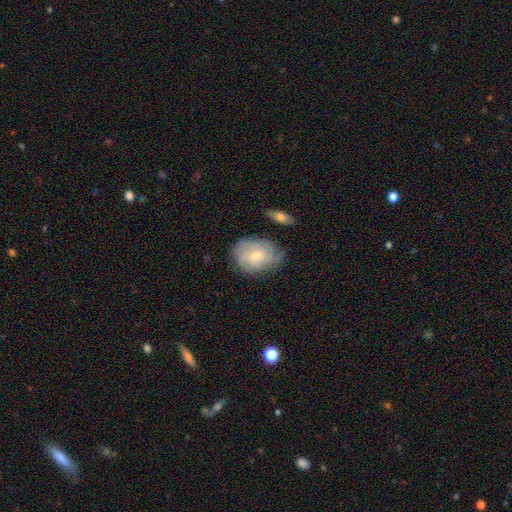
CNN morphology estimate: featured or disk 61%, smooth 32%, star or artifact 7%. Down the decision tree: edge-on disk — no (96%); bar — no (70%); spiral arms — yes (87%); spiral arm count — can't tell (42%); spiral winding — tight (56%); bulge size — small (59%); merging — none (69%).